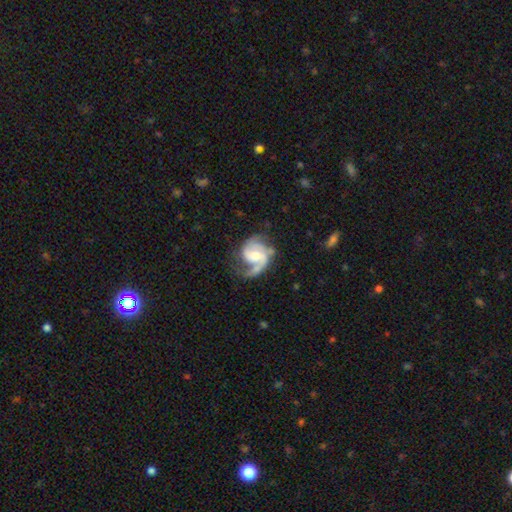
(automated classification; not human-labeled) smooth-or-featured: featured or disk: 86% | smooth: 9% | star or artifact: 5%
  disk-edge-on: no: 98% | yes: 2%
    bar: weak: 46% | no: 43% | strong: 11%
    has-spiral-arms: yes: 96% | no: 4%
      spiral-winding: medium: 50% | tight: 25% | loose: 25%
      spiral-arm-count: 2: 64% | 1: 18% | 3: 9% | can't tell: 6% | 4: 2% | more than 4: 2%
    bulge-size: moderate: 53% | small: 32% | large: 8% | none: 6% | dominant: 1%
  merging: none: 51% | minor disturbance: 23% | major disturbance: 23% | merger: 3%